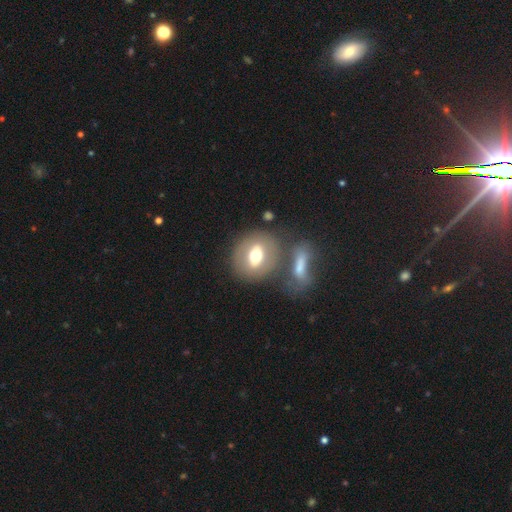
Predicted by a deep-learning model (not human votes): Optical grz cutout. It shows a smooth galaxy with no disk features (54%) that is in between round and cigar-shaped (52%). Merging: none (58%).